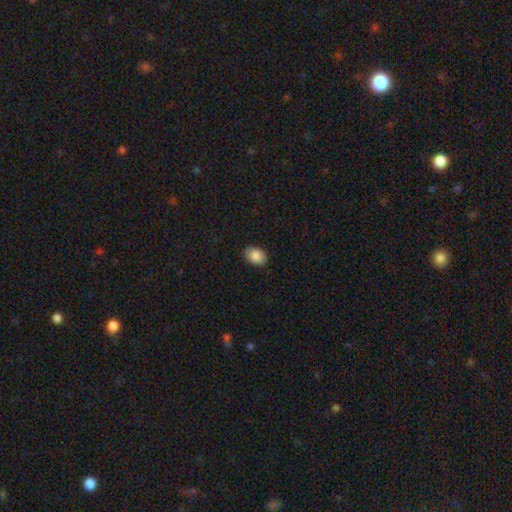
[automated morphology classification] smooth-or-featured: smooth: 88% | star or artifact: 7% | featured or disk: 5%
  how-rounded: in between: 81% | round: 18% | cigar-shaped: 1%
  merging: none: 88% | minor disturbance: 9% | major disturbance: 2% | merger: 1%